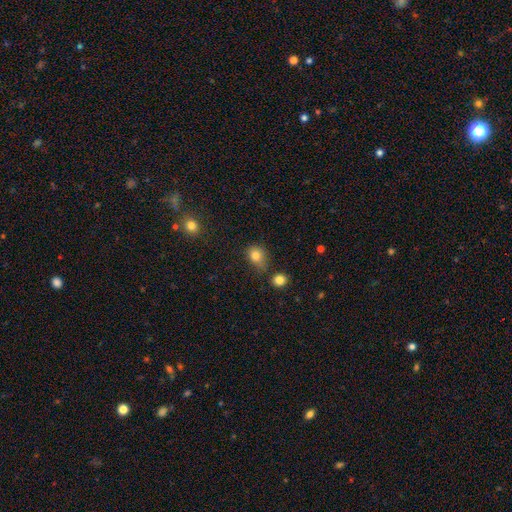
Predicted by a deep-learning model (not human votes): This appears to be a smooth galaxy with no disk features (80%) that is round (62%). Merging: none (59%).